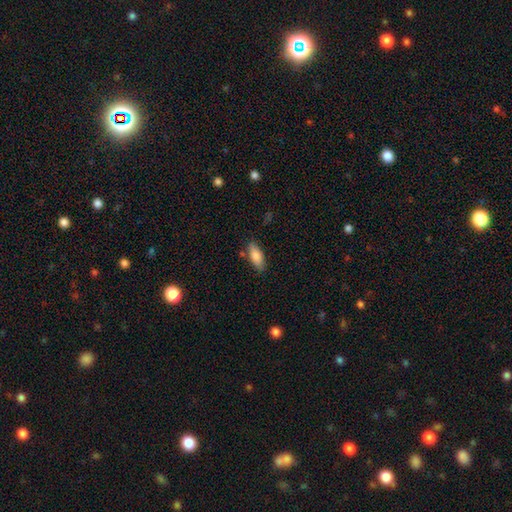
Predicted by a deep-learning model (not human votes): smooth 82%, featured or disk 11%, star or artifact 7%. Down the decision tree: how rounded — in between (76%); merging — none (80%).